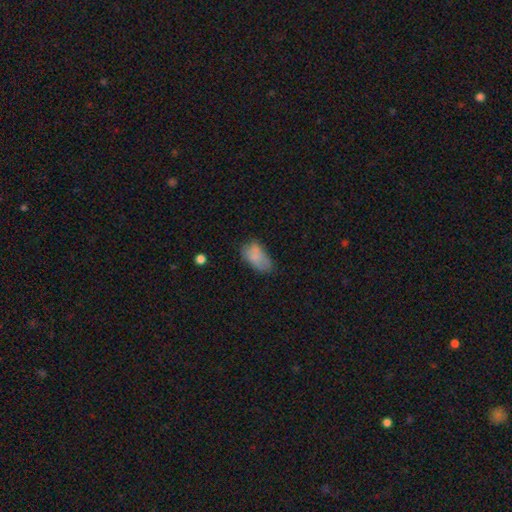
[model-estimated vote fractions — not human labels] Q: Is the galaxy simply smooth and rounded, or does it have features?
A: smooth — 75%.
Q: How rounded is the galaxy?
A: in between — 92%.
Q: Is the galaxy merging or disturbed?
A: none — 42%.